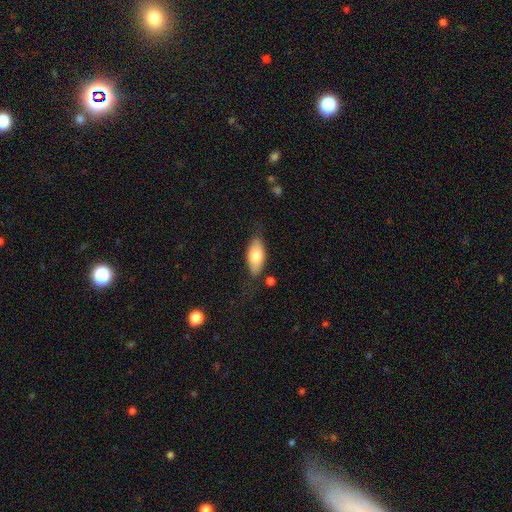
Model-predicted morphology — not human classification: Q: Smooth or featured?
A: smooth (75%); runner-up: featured or disk (19%)
Q: How rounded?
A: in between (87%); runner-up: cigar-shaped (10%)
Q: Merging?
A: none (76%); runner-up: minor disturbance (17%)